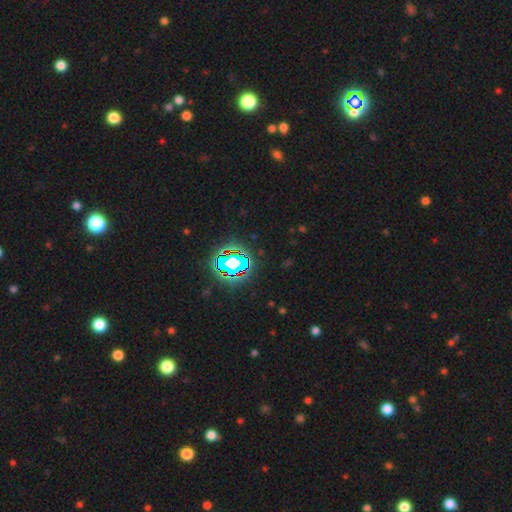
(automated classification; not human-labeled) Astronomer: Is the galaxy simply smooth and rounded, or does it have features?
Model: star or artifact — 81%.